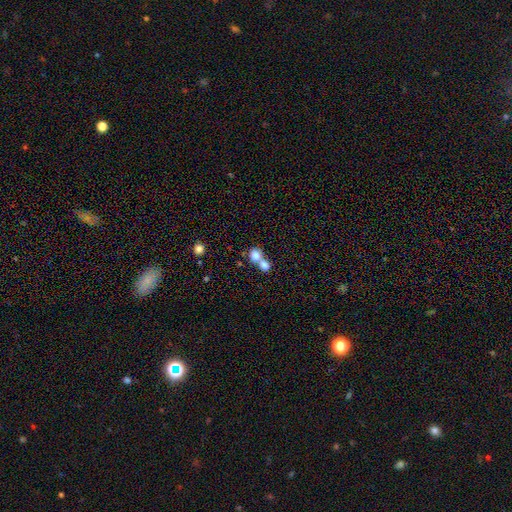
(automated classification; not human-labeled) Smooth or featured? Predicted: smooth (p=0.79). How rounded? Predicted: round (p=0.72). Merging? Predicted: merger (p=0.63).